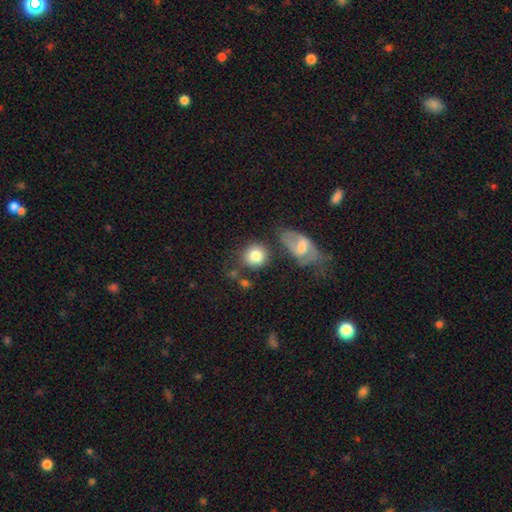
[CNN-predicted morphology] Smooth or featured: smooth — 78% (featured or disk — 15%)
How rounded: round — 82% (in between — 16%)
Merging: none — 59% (merger — 19%)